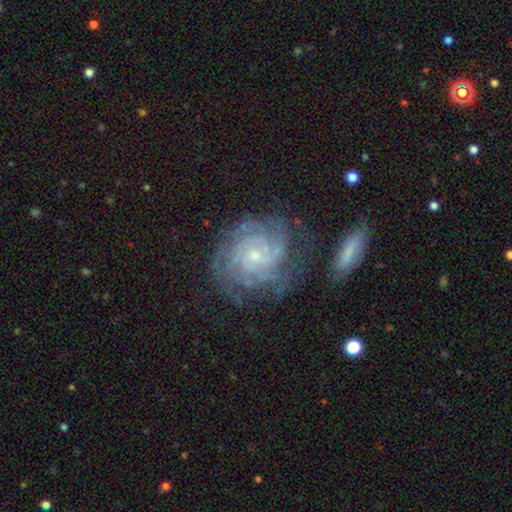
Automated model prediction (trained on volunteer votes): Morphology: type=featured or disk (85%); edge-on=no (97%); bar=no (73%); spiral arms=yes (96%); winding=tight (74%); arm count=can't tell (33%); bulge=small (76%); merging=none (68%).